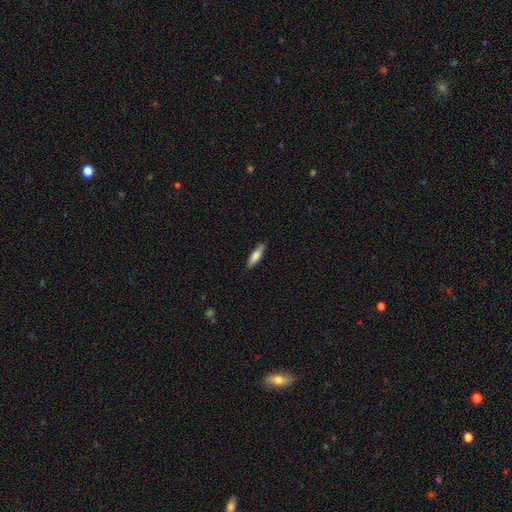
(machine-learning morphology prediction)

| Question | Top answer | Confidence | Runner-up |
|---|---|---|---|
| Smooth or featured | smooth | 66% | featured or disk (28%) |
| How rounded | cigar-shaped | 71% | in between (28%) |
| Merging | none | 87% | minor disturbance (10%) |